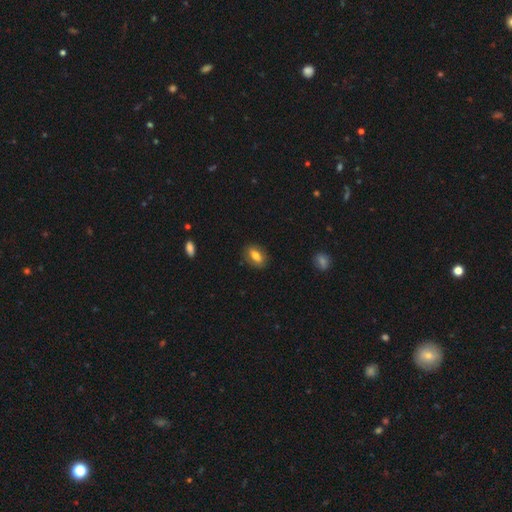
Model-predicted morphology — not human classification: smooth 77%, featured or disk 16%, star or artifact 8%. Down the decision tree: how rounded — in between (82%); merging — none (84%).